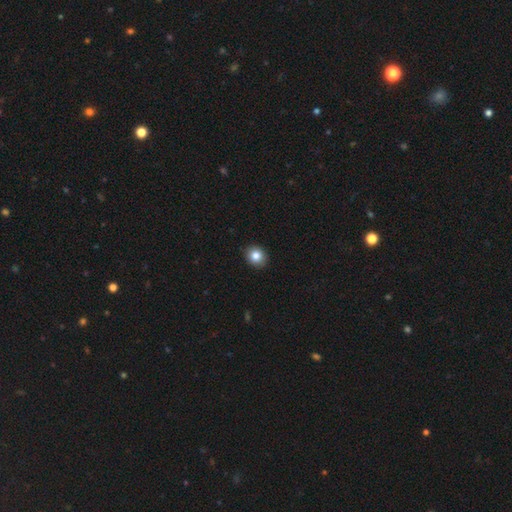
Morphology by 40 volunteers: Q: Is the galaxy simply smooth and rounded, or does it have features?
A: smooth — 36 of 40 (90%).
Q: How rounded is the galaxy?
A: round — 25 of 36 (69%).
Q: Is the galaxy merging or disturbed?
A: none — 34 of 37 (92%).